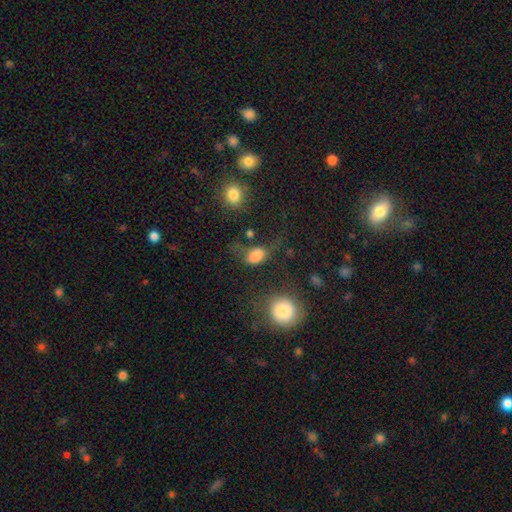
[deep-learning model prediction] Morphology: type=smooth (74%); roundness=in between (75%); merging=major disturbance (36%).